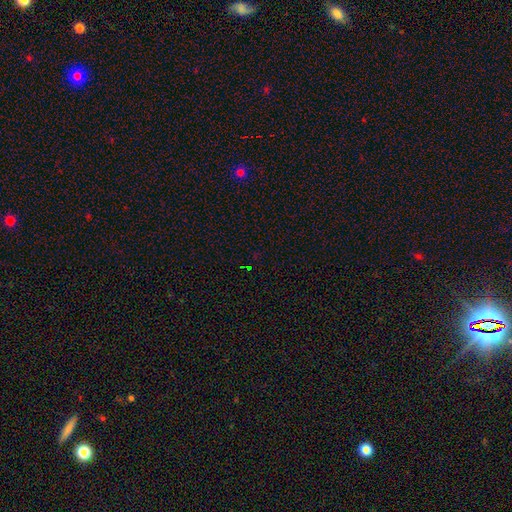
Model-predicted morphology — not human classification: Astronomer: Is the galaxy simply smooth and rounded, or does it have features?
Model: star or artifact — 69%.